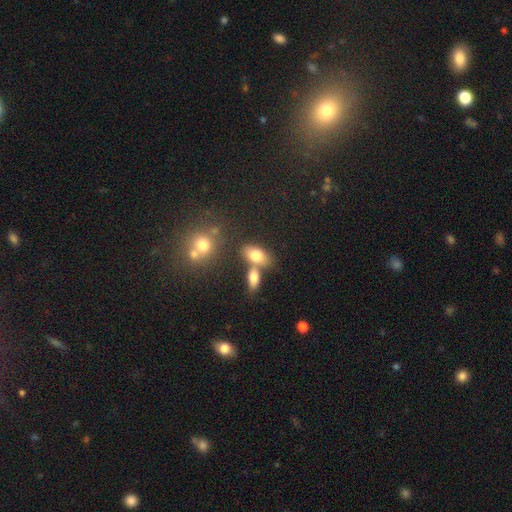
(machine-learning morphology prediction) The model was most divided on "merging": none: 49%, merger: 35%, minor disturbance: 11%, major disturbance: 5%. More confident: how rounded — in between (83%); smooth or featured — smooth (75%).